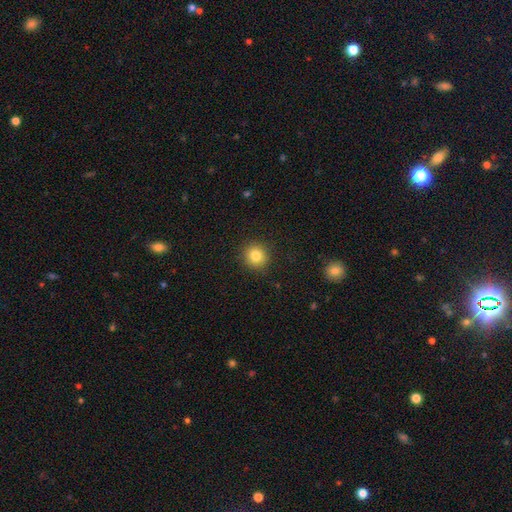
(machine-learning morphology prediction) This is clearly a smooth galaxy (82%). How rounded: clearly round (91%). Merging: clearly none (90%).